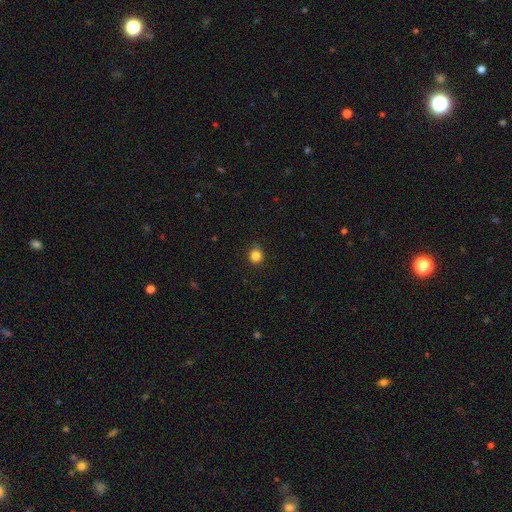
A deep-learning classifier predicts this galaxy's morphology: A smooth galaxy with no disk features (84%) that is round (88%). Merging: none (81%).